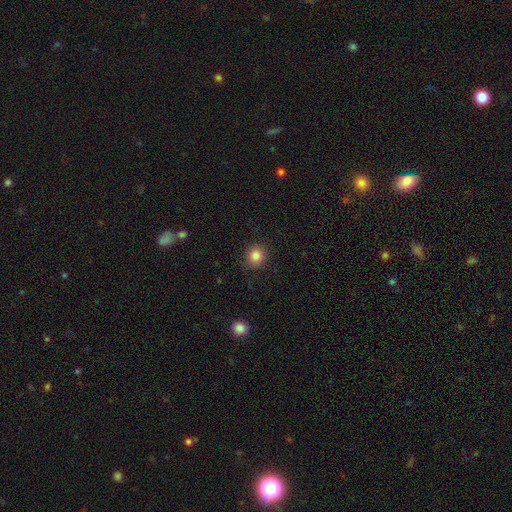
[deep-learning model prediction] Smooth or featured? Predicted: smooth (p=0.85). How rounded? Predicted: round (p=0.88). Merging? Predicted: none (p=0.88).